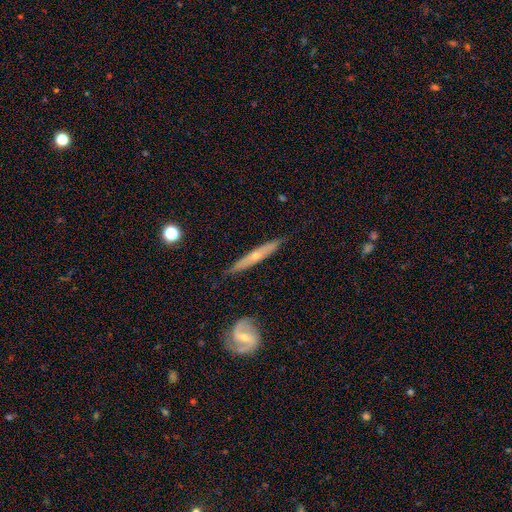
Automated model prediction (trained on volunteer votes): This is likely a featured or disk galaxy (65%). It is clearly viewed edge-on (86%). Edge-on bulge: likely rounded (74%). Merging: clearly none (84%).